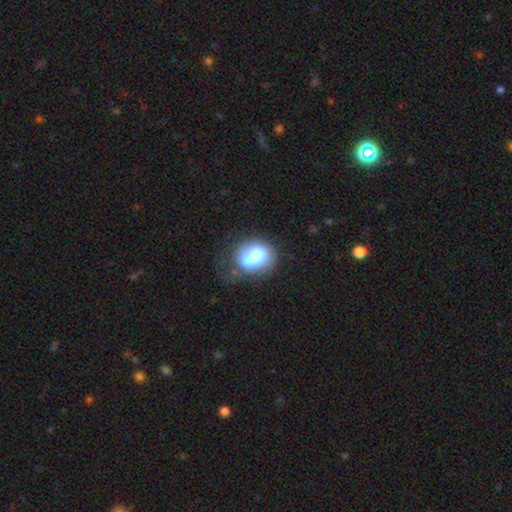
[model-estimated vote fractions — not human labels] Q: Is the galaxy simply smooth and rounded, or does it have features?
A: smooth — 64%.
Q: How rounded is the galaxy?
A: round — 57%.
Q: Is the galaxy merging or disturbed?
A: none — 32%, tied with merger.